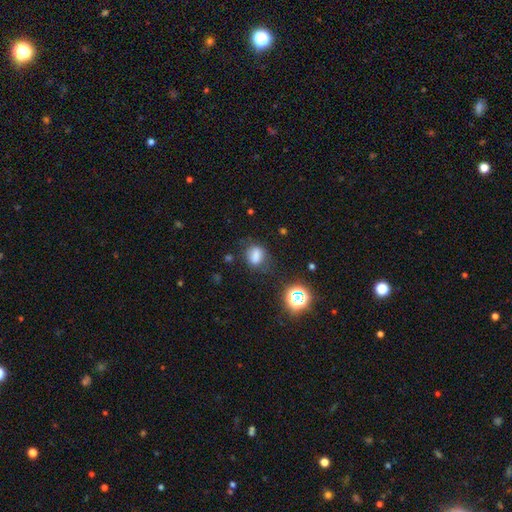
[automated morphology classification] Smooth or featured?
  - smooth: 72% *
  - star or artifact: 16%
  - featured or disk: 11%
How rounded?
  - in between: 59% *
  - round: 38%
  - cigar-shaped: 2%
Merging?
  - none: 61% *
  - minor disturbance: 24%
  - major disturbance: 11%
  - merger: 5%